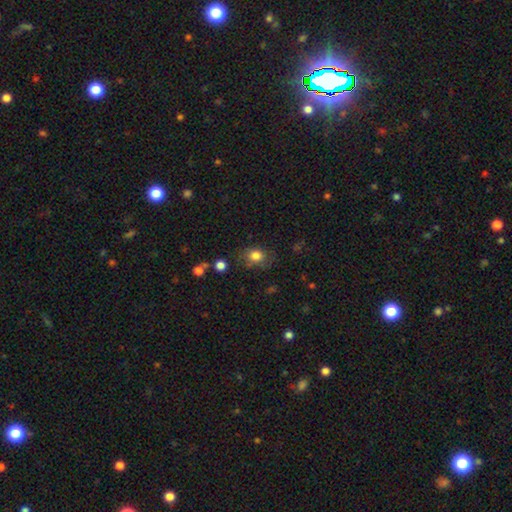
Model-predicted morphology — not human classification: The model was most divided on "how rounded": in between: 51%, round: 48%, cigar-shaped: 1%. More confident: smooth or featured — smooth (80%); merging — none (68%).